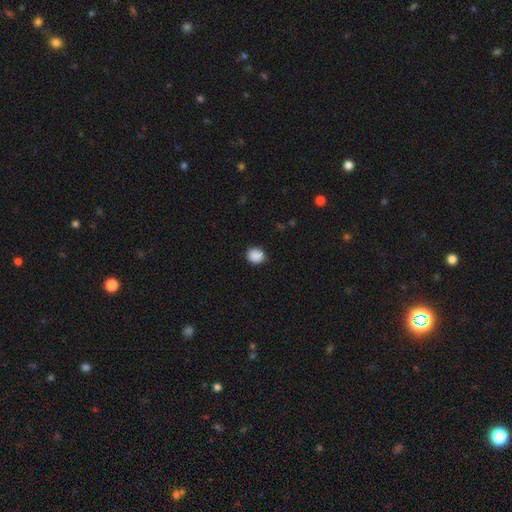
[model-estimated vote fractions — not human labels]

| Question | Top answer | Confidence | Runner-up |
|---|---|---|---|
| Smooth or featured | smooth | 89% | star or artifact (9%) |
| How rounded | round | 79% | in between (20%) |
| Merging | none | 90% | minor disturbance (7%) |